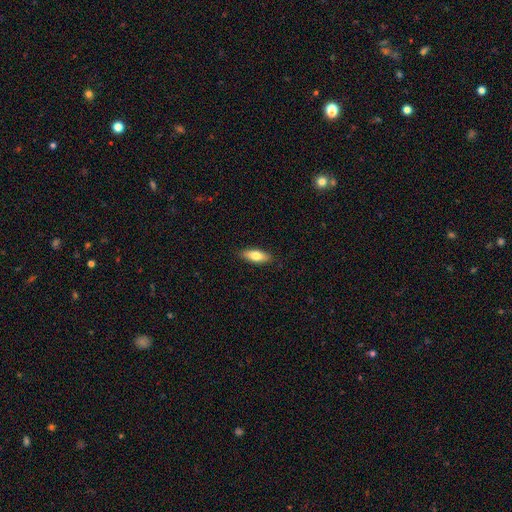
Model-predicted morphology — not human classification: smooth-or-featured: smooth: 76% | featured or disk: 18% | star or artifact: 6%
  how-rounded: in between: 71% | cigar-shaped: 27% | round: 2%
  merging: none: 88% | minor disturbance: 9% | major disturbance: 2% | merger: 1%